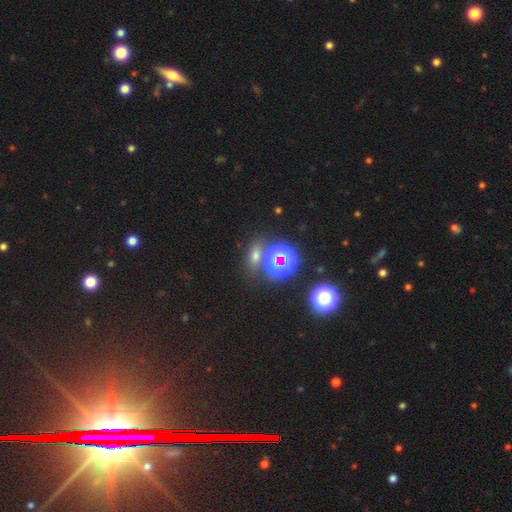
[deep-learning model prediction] smooth 52%, star or artifact 37%, featured or disk 11%. Down the decision tree: how rounded — in between (58%); merging — none (70%).